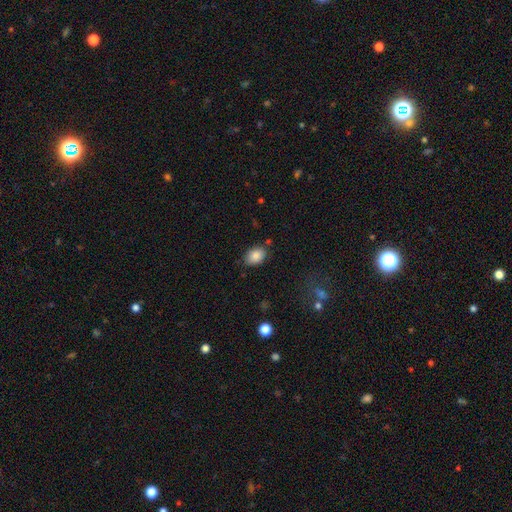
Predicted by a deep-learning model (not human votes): Smooth or featured?
  - smooth: 86% *
  - star or artifact: 8%
  - featured or disk: 6%
How rounded?
  - in between: 81% *
  - round: 18%
  - cigar-shaped: 1%
Merging?
  - none: 78% *
  - minor disturbance: 15%
  - major disturbance: 4%
  - merger: 3%